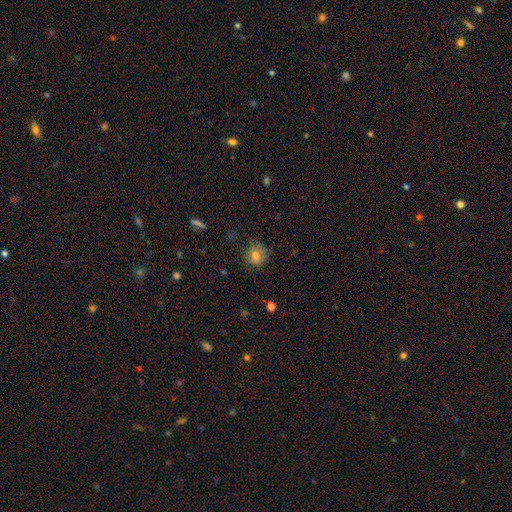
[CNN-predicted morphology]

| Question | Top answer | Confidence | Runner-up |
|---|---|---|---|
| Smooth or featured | smooth | 72% | star or artifact (14%) |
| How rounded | round | 82% | in between (16%) |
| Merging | none | 77% | minor disturbance (17%) |